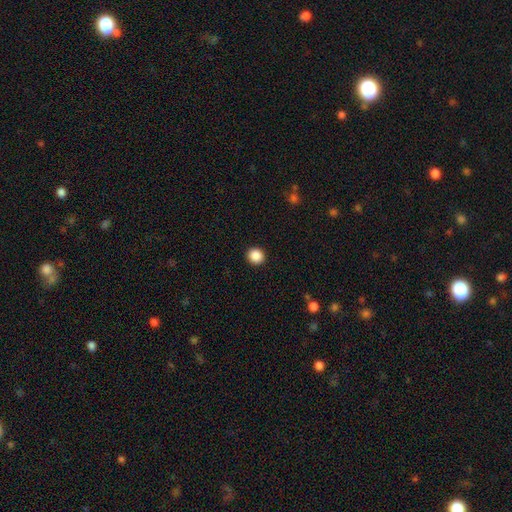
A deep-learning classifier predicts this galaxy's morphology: A smooth galaxy with no disk features (88%) that is round (90%).

Vote fractions:
- Smooth or featured? smooth: 88% / star or artifact: 10% / featured or disk: 3%
- How rounded? round: 90% / in between: 10% / cigar-shaped: 1%
- Merging? none: 93% / minor disturbance: 5% / major disturbance: 2% / merger: 1%